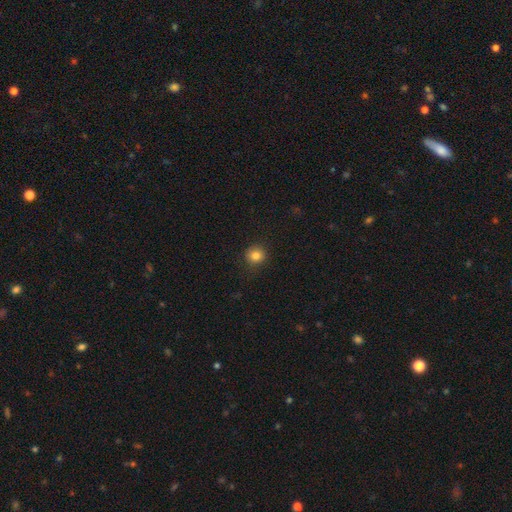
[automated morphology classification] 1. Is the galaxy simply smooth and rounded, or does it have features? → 82% smooth, 12% star or artifact, 6% featured or disk.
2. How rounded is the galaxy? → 92% round, 7% in between, 1% cigar-shaped.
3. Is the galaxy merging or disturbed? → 89% none, 8% minor disturbance, 2% major disturbance, 1% merger.